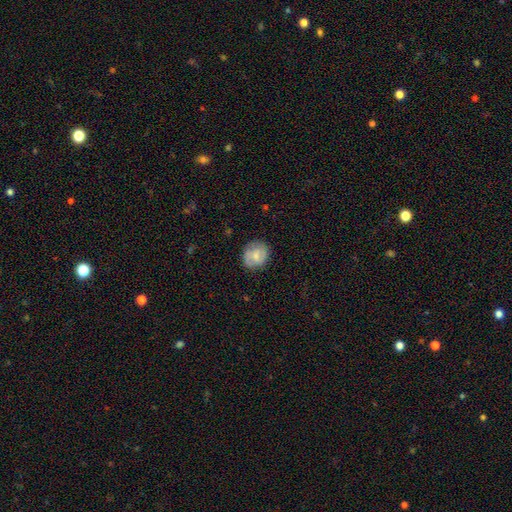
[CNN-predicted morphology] smooth_or_featured: smooth (p=0.47) [alt: featured or disk p=0.46]
merging: none (p=0.76) [alt: minor disturbance p=0.18]